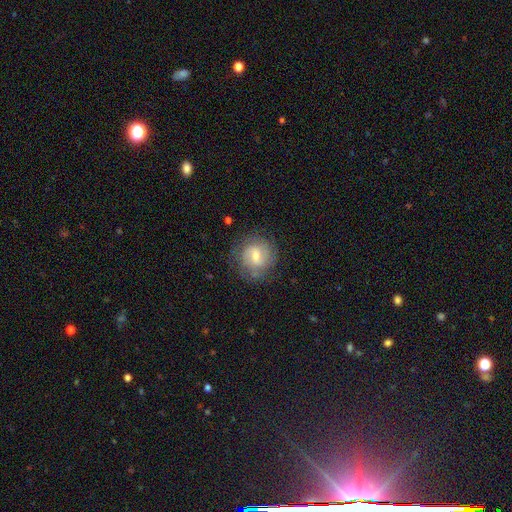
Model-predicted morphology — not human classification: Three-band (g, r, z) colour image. It shows a featured or disk galaxy (58%) with a weak bar (60%), spiral arms (81%) and a small central bulge (48%). Merging: none (74%).